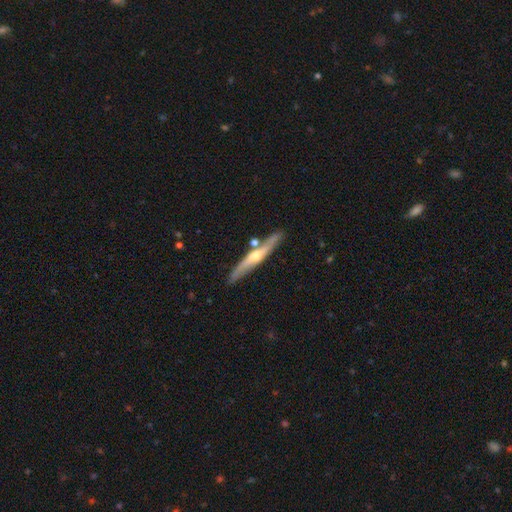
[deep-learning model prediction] This is likely a featured or disk galaxy (69%). It is clearly viewed edge-on (93%). Edge-on bulge: clearly rounded (84%). Merging: clearly none (81%).